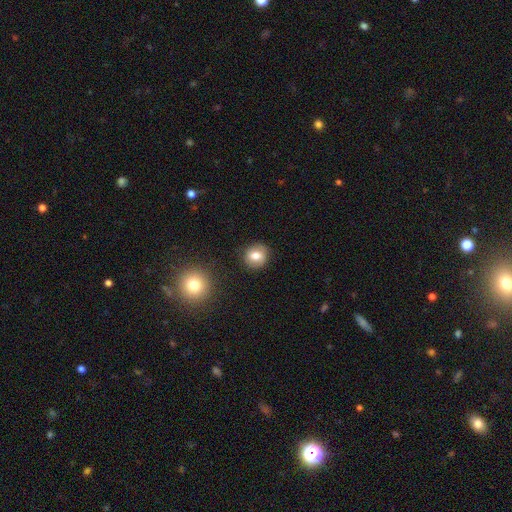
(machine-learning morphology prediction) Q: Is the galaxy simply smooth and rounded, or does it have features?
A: smooth — 77%.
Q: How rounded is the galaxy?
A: round — 86%.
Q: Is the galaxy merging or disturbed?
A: none — 87%.